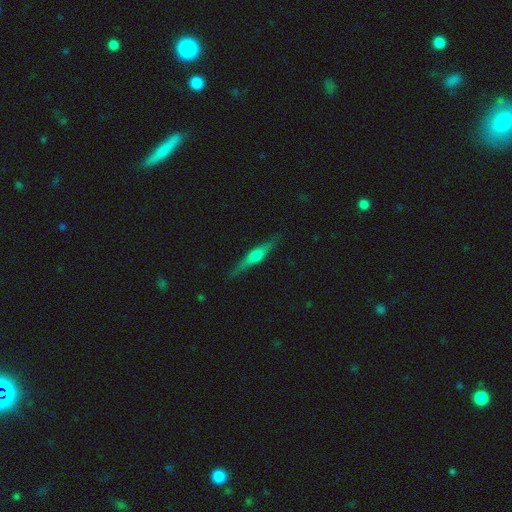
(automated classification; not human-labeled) Smooth or featured? featured or disk (63%)
Edge-on disk? yes (97%)
Edge-on bulge? rounded (82%)
Merging? none (87%)